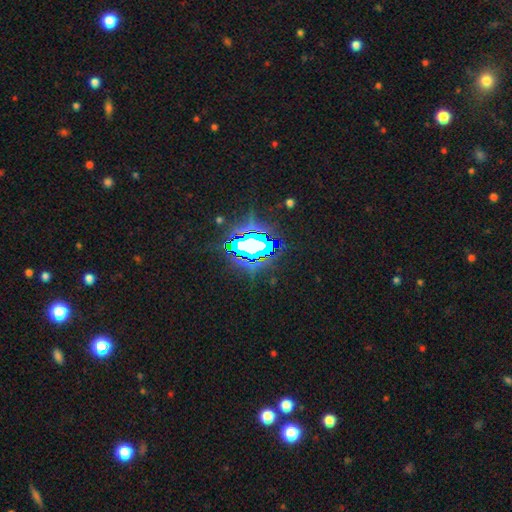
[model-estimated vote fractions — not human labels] smooth_or_featured: star or artifact (p=0.78) [alt: smooth p=0.12]